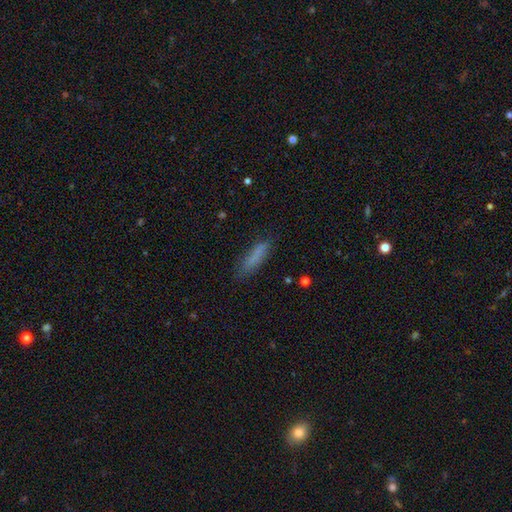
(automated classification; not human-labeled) This appears to be a smooth galaxy with no disk features (79%) that is cigar-shaped (75%). Merging: none (76%).